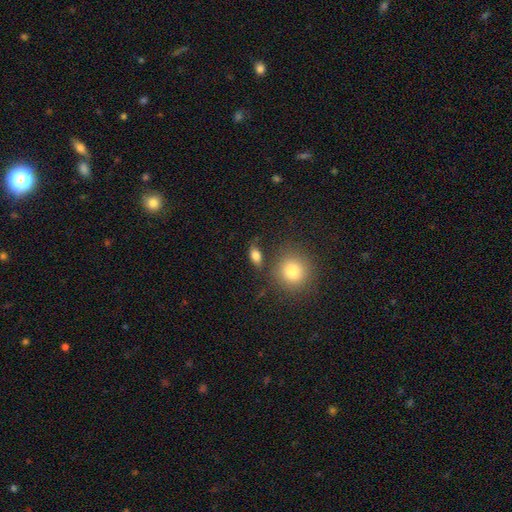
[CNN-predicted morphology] Smooth or featured? Predicted: smooth (p=0.80). How rounded? Predicted: in between (p=0.78). Merging? Predicted: none (p=0.73).